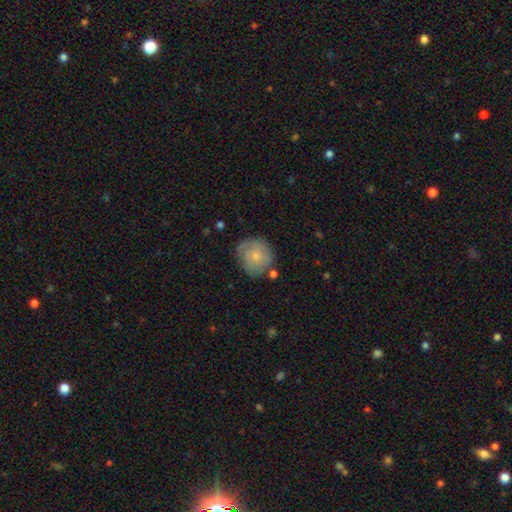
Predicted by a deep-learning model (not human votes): Smooth or featured? Predicted: smooth (p=0.65). How rounded? Predicted: round (p=0.85). Merging? Predicted: none (p=0.66).